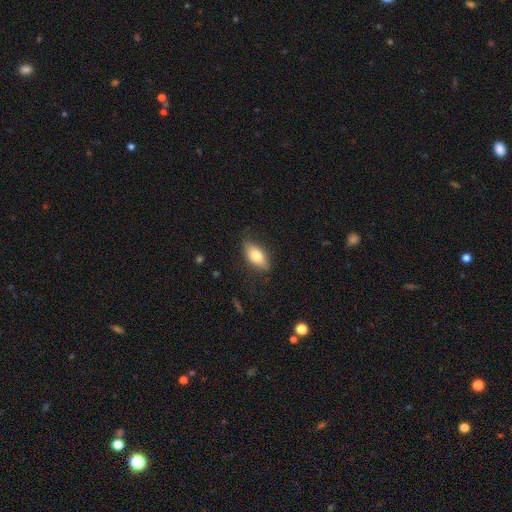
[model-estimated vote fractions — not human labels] Q: Smooth or featured?
A: smooth (75%); runner-up: featured or disk (18%)
Q: How rounded?
A: in between (86%); runner-up: cigar-shaped (10%)
Q: Merging?
A: none (78%); runner-up: minor disturbance (17%)